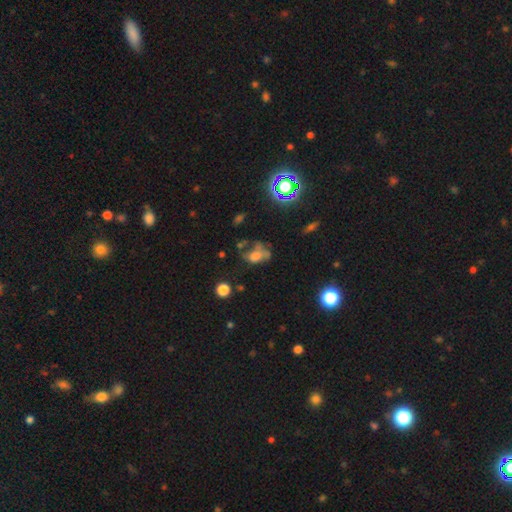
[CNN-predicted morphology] Q: Smooth or featured?
A: smooth (47%); runner-up: featured or disk (31%)
Q: Merging?
A: major disturbance (34%); runner-up: none (30%)